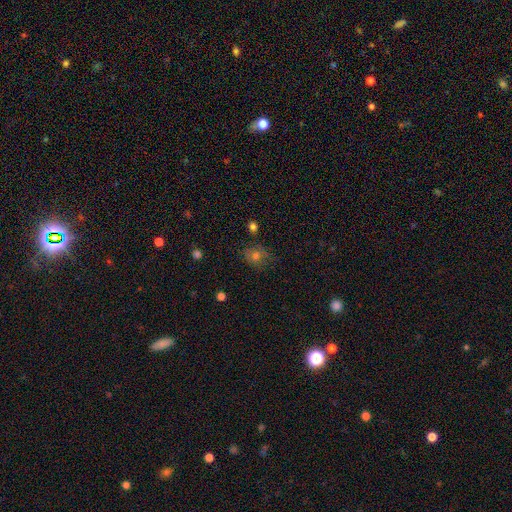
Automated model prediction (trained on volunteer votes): smooth-or-featured: smooth: 68% | featured or disk: 16% | star or artifact: 16%
  how-rounded: round: 65% | in between: 34% | cigar-shaped: 1%
  merging: none: 71% | minor disturbance: 20% | major disturbance: 6% | merger: 2%